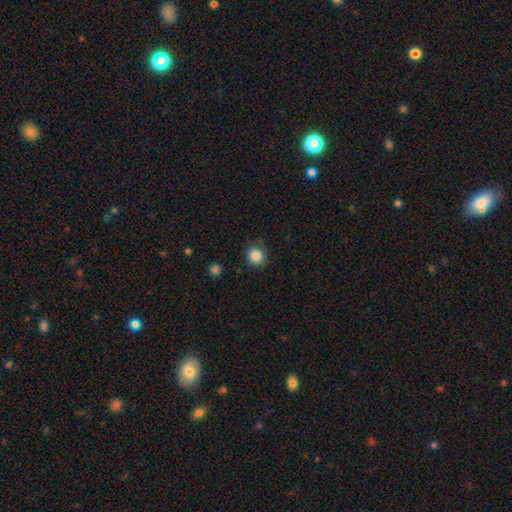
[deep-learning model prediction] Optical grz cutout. It shows a smooth galaxy with no disk features (86%) that is round (88%). Merging: none (82%).